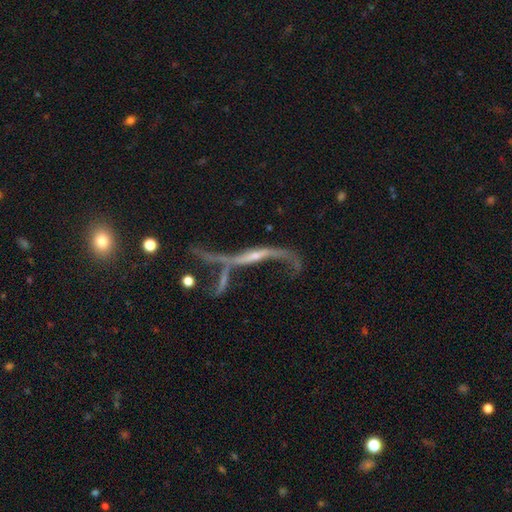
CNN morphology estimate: Smooth or featured? featured or disk (79%)
Edge-on disk? no (58%)
Merging? merger (38%)